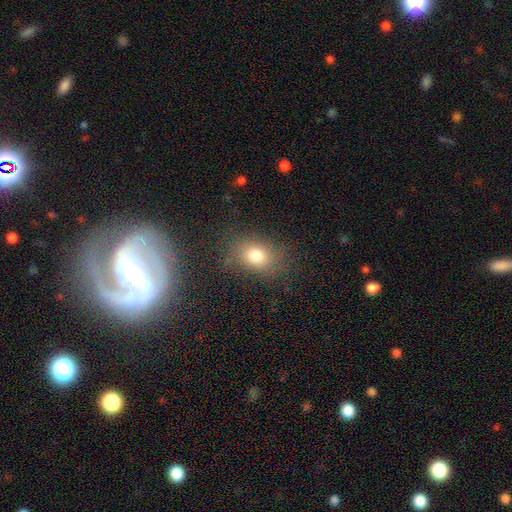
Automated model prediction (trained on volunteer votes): Smooth or featured? smooth (77%)
How rounded? in between (68%)
Merging? none (76%)